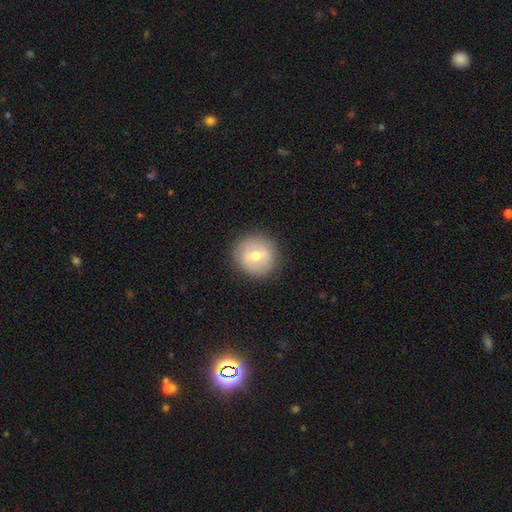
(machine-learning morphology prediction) Smooth or featured?
  - smooth: 50% *
  - featured or disk: 42%
  - star or artifact: 9%
Merging?
  - none: 88% *
  - minor disturbance: 8%
  - major disturbance: 3%
  - merger: 1%